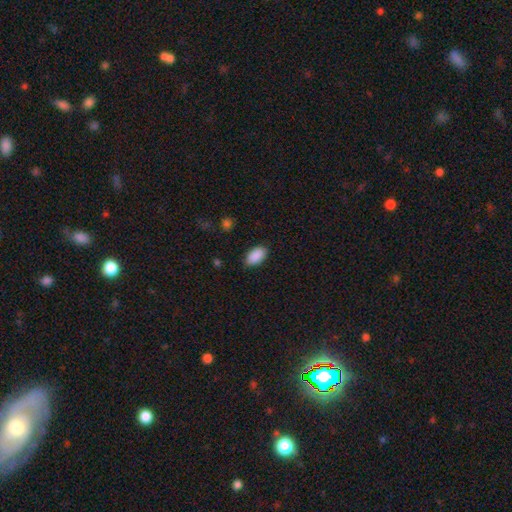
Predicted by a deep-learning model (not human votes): Q: Smooth or featured?
A: smooth (90%); runner-up: star or artifact (7%)
Q: How rounded?
A: in between (94%); runner-up: round (4%)
Q: Merging?
A: none (85%); runner-up: minor disturbance (11%)